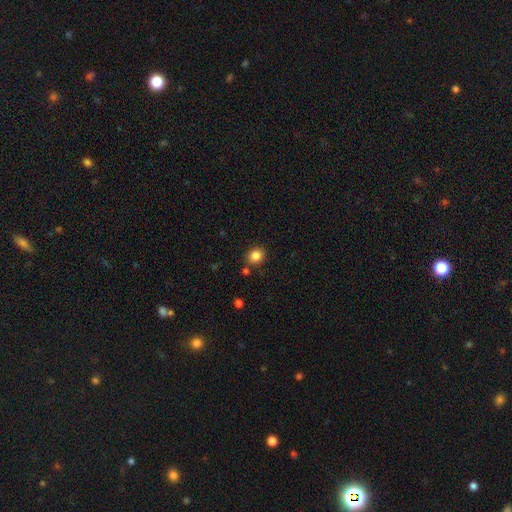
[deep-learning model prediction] Morphology: type=smooth (84%); roundness=round (70%); merging=none (84%).